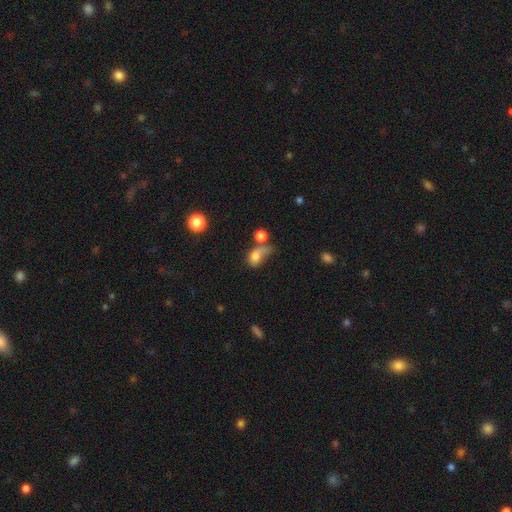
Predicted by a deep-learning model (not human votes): Smooth or featured?
  - smooth: 71% *
  - featured or disk: 16%
  - star or artifact: 12%
How rounded?
  - in between: 67% *
  - round: 30%
  - cigar-shaped: 3%
Merging?
  - major disturbance: 31% *
  - merger: 29%
  - none: 22%
  - minor disturbance: 17%